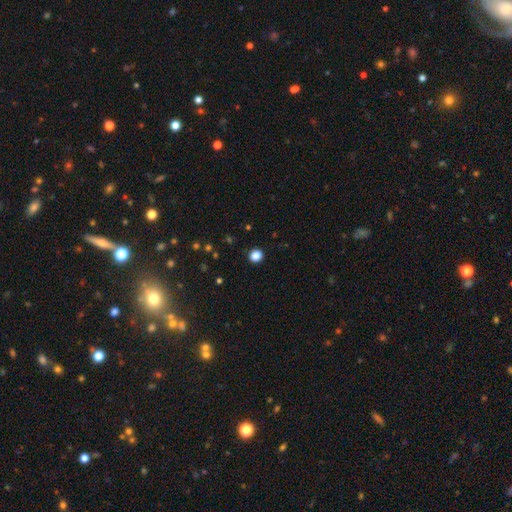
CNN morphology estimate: Smooth or featured? Predicted: smooth (p=0.85). How rounded? Predicted: round (p=0.87). Merging? Predicted: none (p=0.92).